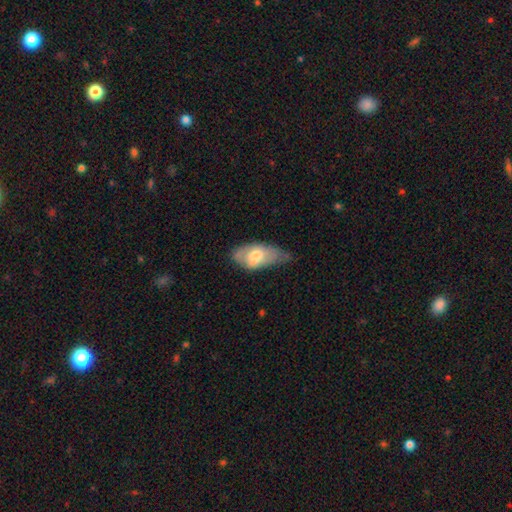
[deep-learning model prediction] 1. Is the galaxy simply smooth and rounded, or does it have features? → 65% smooth, 29% featured or disk, 6% star or artifact.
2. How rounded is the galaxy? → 91% in between, 5% cigar-shaped, 3% round.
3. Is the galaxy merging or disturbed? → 46% minor disturbance, 34% none, 18% major disturbance, 2% merger.